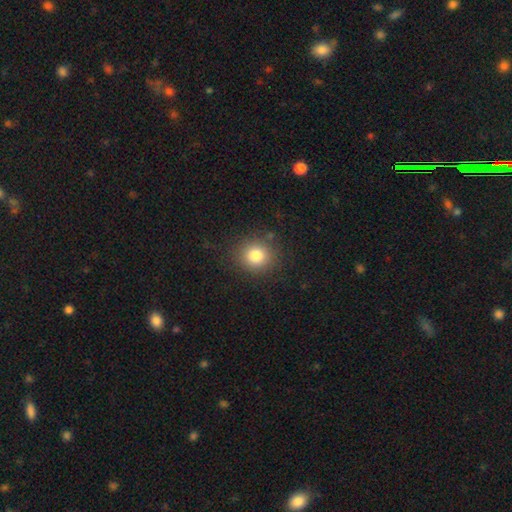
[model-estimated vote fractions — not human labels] smooth_or_featured: smooth (p=0.81) [alt: star or artifact p=0.12]
how_rounded: round (p=0.87) [alt: in between p=0.12]
merging: none (p=0.86) [alt: minor disturbance p=0.09]